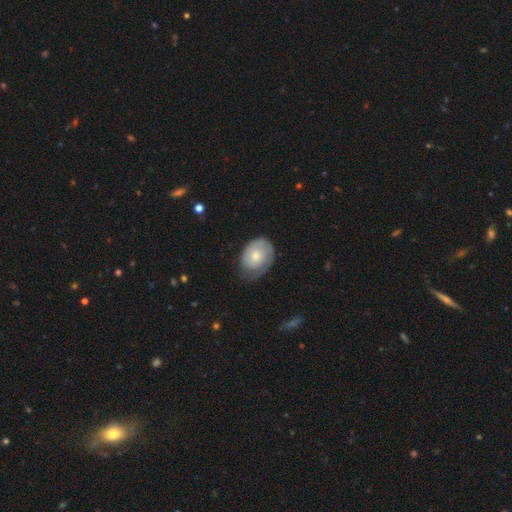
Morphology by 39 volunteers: This appears to be a smooth galaxy with no disk features (69%) that is in between round and cigar-shaped (59%). Merging: none (38%).